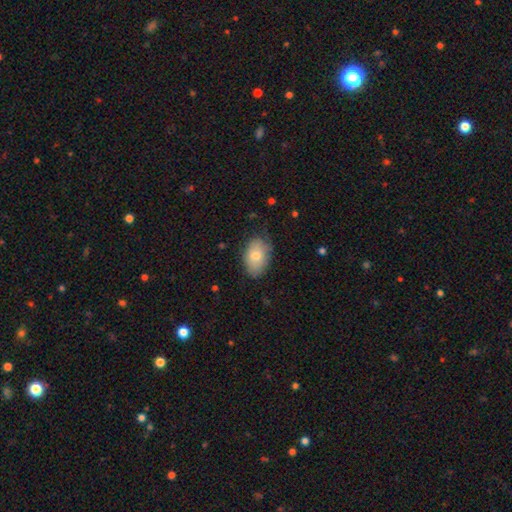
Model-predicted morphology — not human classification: A smooth galaxy with no disk features (75%) that is in between round and cigar-shaped (89%). Merging: none (75%).